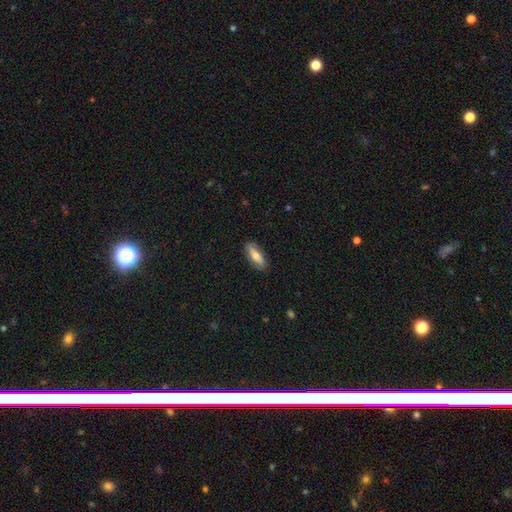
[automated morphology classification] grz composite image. It shows a smooth galaxy with no disk features (67%) that is in between round and cigar-shaped (64%). Merging: none (84%).